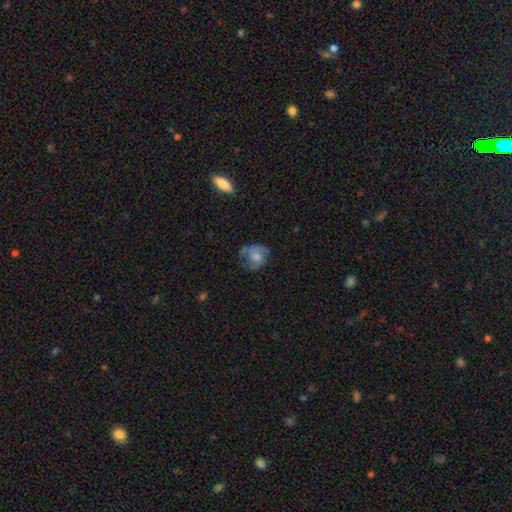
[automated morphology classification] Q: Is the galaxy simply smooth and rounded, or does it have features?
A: smooth — 50%.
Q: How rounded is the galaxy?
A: round — 58%.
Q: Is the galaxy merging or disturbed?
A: none — 47%.